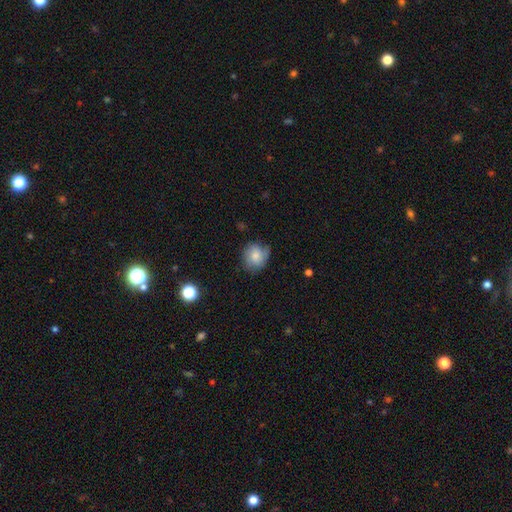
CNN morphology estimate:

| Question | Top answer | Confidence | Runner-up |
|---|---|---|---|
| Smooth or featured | smooth | 78% | featured or disk (14%) |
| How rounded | round | 74% | in between (25%) |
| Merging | none | 63% | minor disturbance (28%) |